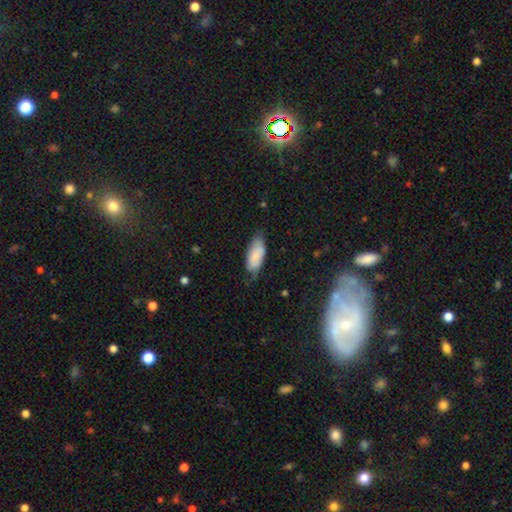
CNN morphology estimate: This appears to be a smooth galaxy with no disk features (79%) that is in between round and cigar-shaped (86%). Merging: none (57%).